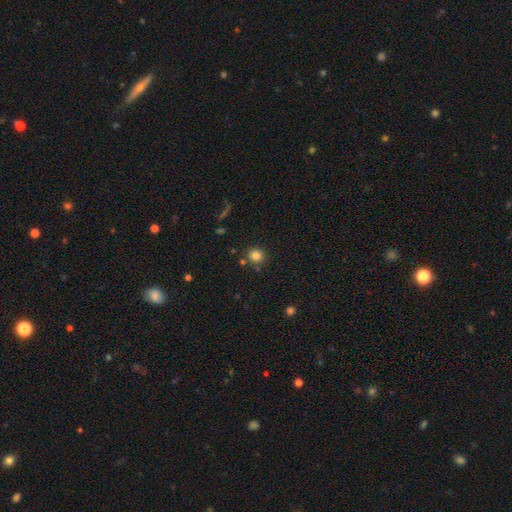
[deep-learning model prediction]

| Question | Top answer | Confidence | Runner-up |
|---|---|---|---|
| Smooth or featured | smooth | 82% | star or artifact (12%) |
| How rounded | round | 90% | in between (9%) |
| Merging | none | 82% | minor disturbance (8%) |